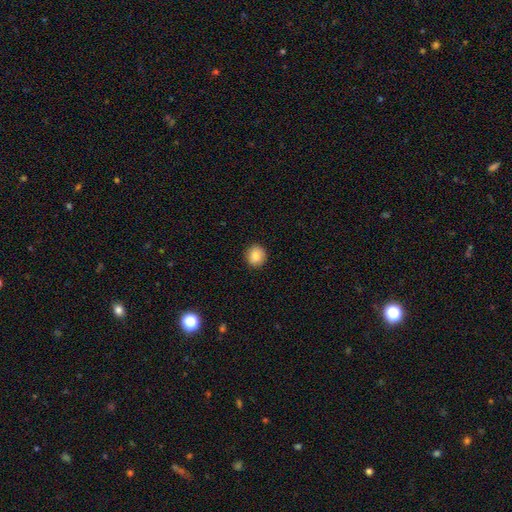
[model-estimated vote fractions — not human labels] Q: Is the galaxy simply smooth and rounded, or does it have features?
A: smooth — 87%.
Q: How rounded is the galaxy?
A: round — 87%.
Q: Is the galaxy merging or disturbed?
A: none — 90%.